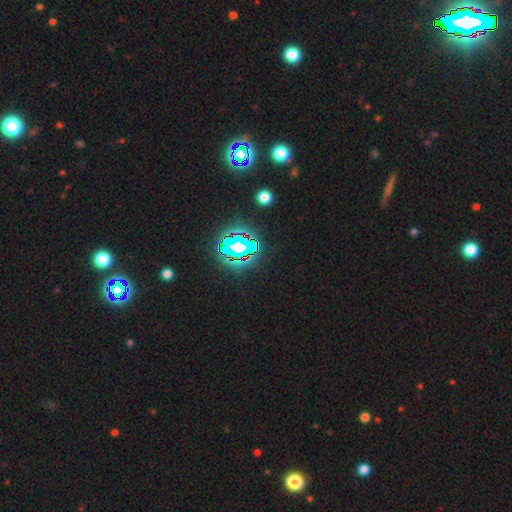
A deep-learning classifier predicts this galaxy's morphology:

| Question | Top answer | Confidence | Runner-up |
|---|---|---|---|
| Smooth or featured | star or artifact | 81% | smooth (11%) |